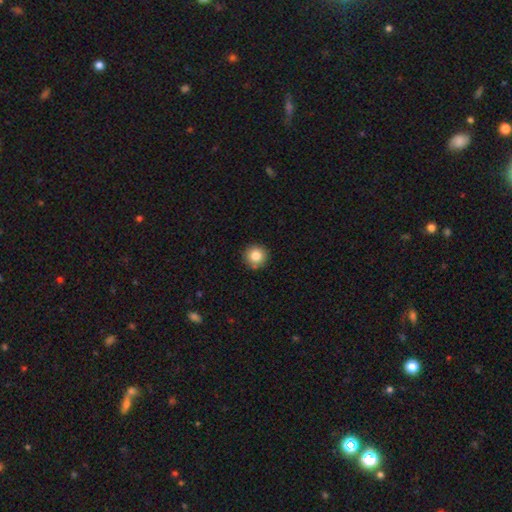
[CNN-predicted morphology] Smooth or featured?
  - smooth: 84% *
  - star or artifact: 10%
  - featured or disk: 6%
How rounded?
  - round: 95% *
  - in between: 4%
  - cigar-shaped: 1%
Merging?
  - none: 89% *
  - minor disturbance: 8%
  - major disturbance: 2%
  - merger: 2%